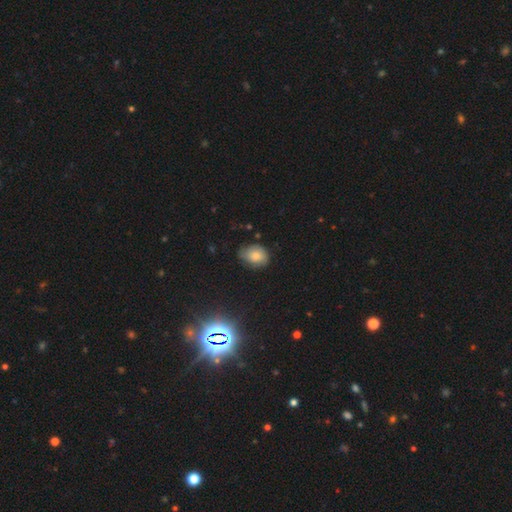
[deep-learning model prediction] Smooth or featured? Predicted: smooth (p=0.75). How rounded? Predicted: in between (p=0.66). Merging? Predicted: none (p=0.61).